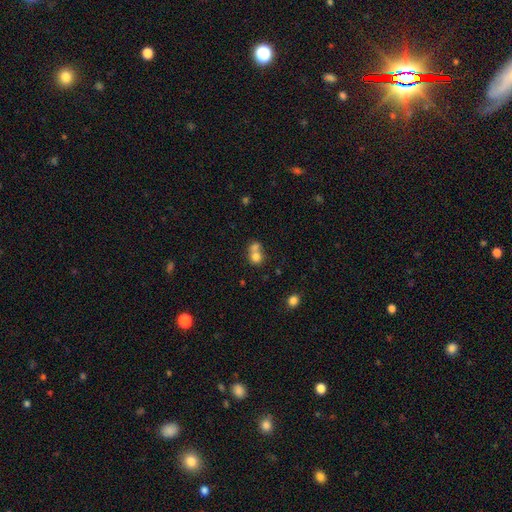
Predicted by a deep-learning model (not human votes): A smooth galaxy with no disk features (74%) that is round (72%).

Vote fractions:
- Smooth or featured? smooth: 74% / featured or disk: 15% / star or artifact: 11%
- How rounded? round: 72% / in between: 27% / cigar-shaped: 1%
- Merging? merger: 63% / none: 28% / minor disturbance: 6% / major disturbance: 4%